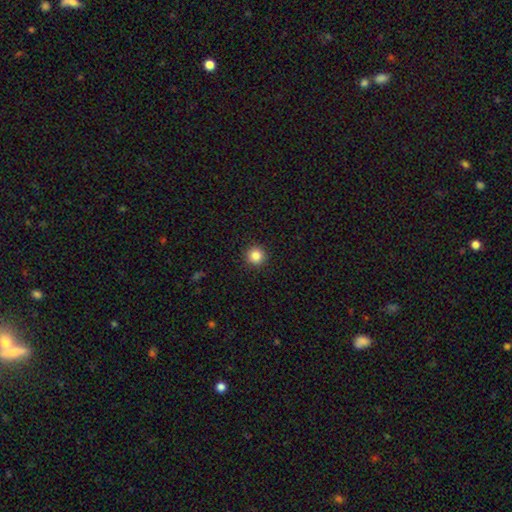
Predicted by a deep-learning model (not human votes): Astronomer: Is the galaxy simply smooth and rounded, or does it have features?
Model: smooth — 85%.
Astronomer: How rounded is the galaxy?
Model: round — 96%.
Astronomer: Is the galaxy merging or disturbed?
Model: none — 93%.